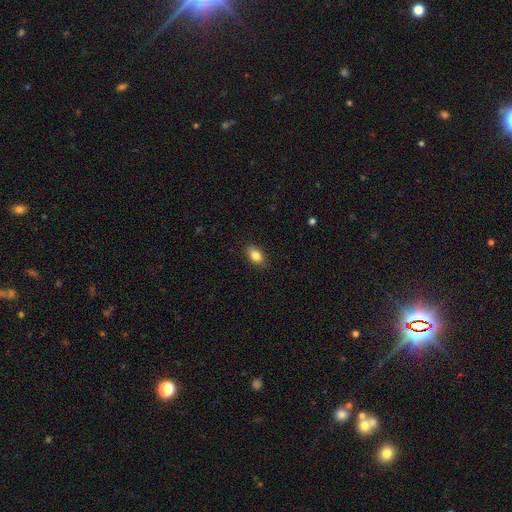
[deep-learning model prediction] Overall: smooth (84%). How rounded: in between (86%). Merging: none (87%).